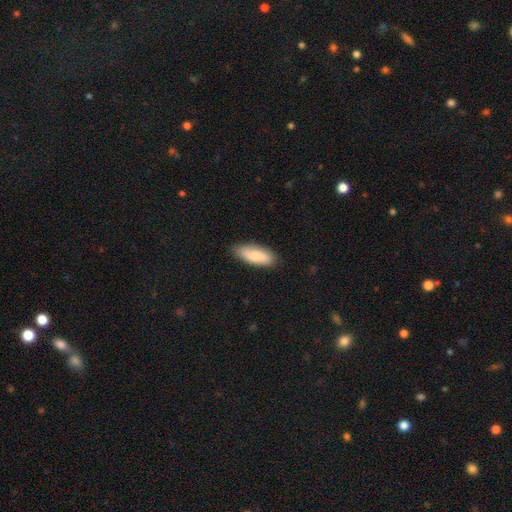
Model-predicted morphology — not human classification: Q: Smooth or featured?
A: smooth (76%); runner-up: featured or disk (18%)
Q: How rounded?
A: in between (71%); runner-up: cigar-shaped (27%)
Q: Merging?
A: none (82%); runner-up: minor disturbance (14%)